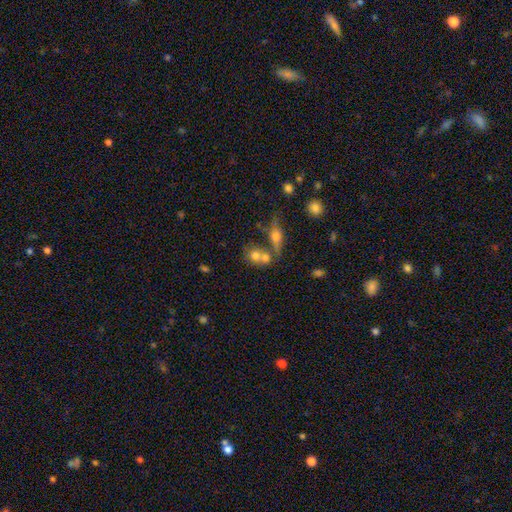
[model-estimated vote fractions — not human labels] A smooth galaxy with no disk features (68%) that is round (56%). Merging: merger (51%).